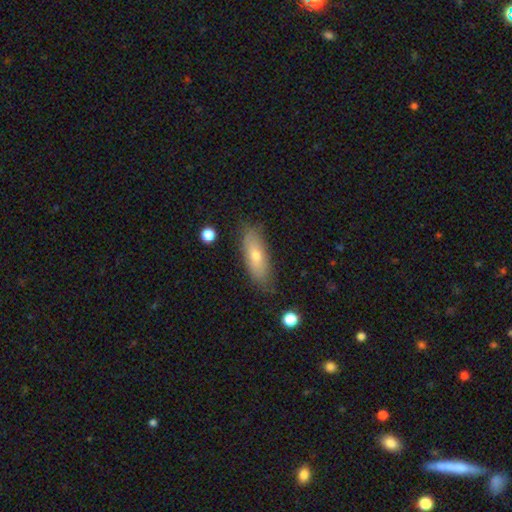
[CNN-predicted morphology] Smooth or featured? smooth (63%)
How rounded? in between (60%)
Merging? none (80%)